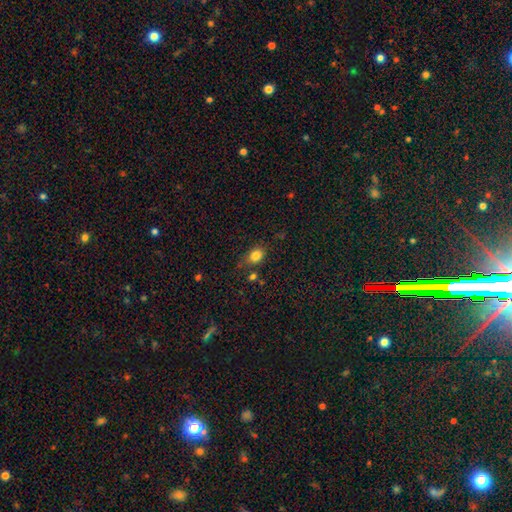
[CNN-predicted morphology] This is clearly a smooth galaxy (83%). How rounded: likely in between (63%). Merging: likely none (71%).